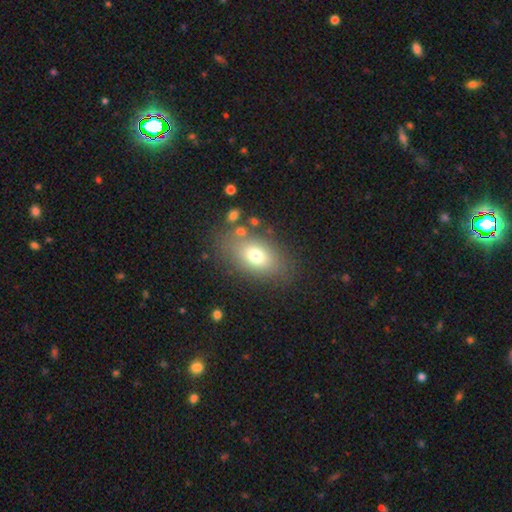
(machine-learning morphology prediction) This is likely a smooth galaxy (72%). How rounded: clearly in between (82%). Merging: likely none (77%).